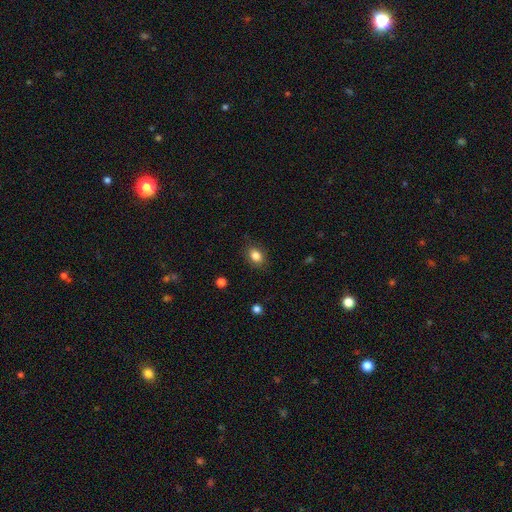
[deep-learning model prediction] Smooth or featured? Predicted: smooth (p=0.84). How rounded? Predicted: in between (p=0.67). Merging? Predicted: none (p=0.84).